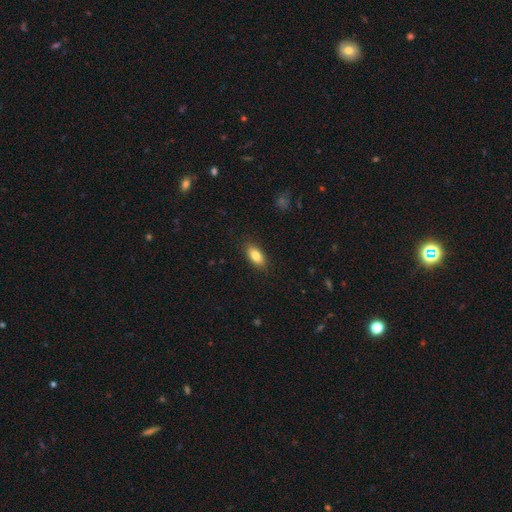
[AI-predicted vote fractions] Smooth or featured: smooth — 83% (featured or disk — 10%)
How rounded: in between — 89% (cigar-shaped — 7%)
Merging: none — 87% (minor disturbance — 10%)